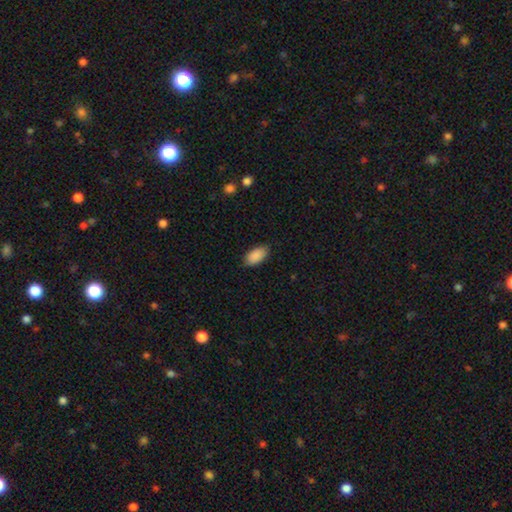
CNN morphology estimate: A smooth galaxy with no disk features (90%) that is in between round and cigar-shaped (94%). Merging: none (84%).